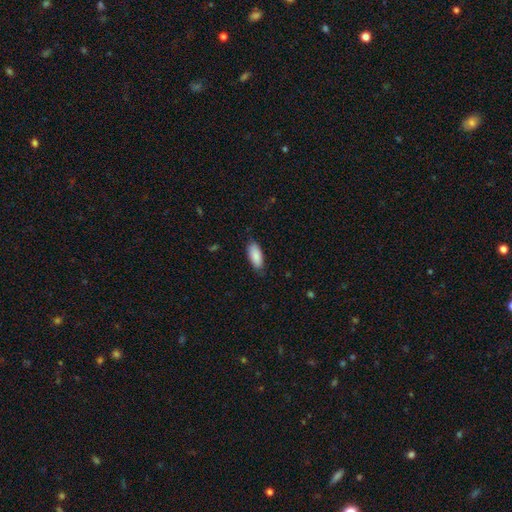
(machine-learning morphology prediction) The model was most divided on "merging": none: 81%, minor disturbance: 16%, major disturbance: 3%, merger: 1%. More confident: smooth or featured — smooth (88%); how rounded — in between (84%).